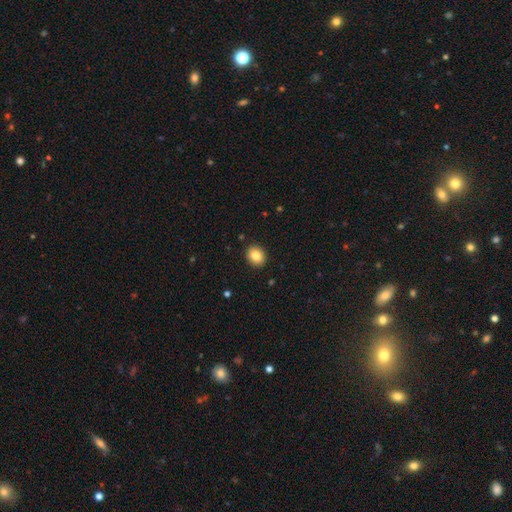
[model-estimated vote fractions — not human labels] Morphology: type=smooth (83%); roundness=round (57%); merging=none (91%).